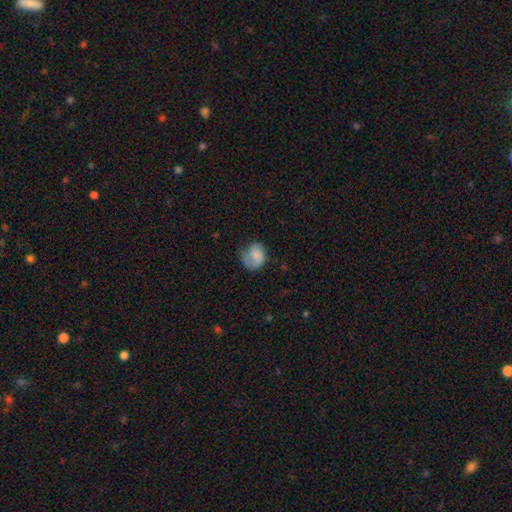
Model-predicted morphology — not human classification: smooth 67%, featured or disk 25%, star or artifact 8%. Down the decision tree: how rounded — round (62%); merging — none (45%).